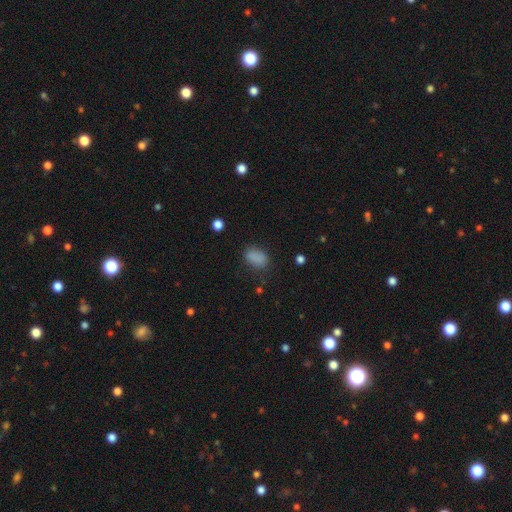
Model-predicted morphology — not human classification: Q: Smooth or featured?
A: smooth (83%); runner-up: star or artifact (13%)
Q: How rounded?
A: in between (87%); runner-up: round (11%)
Q: Merging?
A: none (74%); runner-up: minor disturbance (17%)